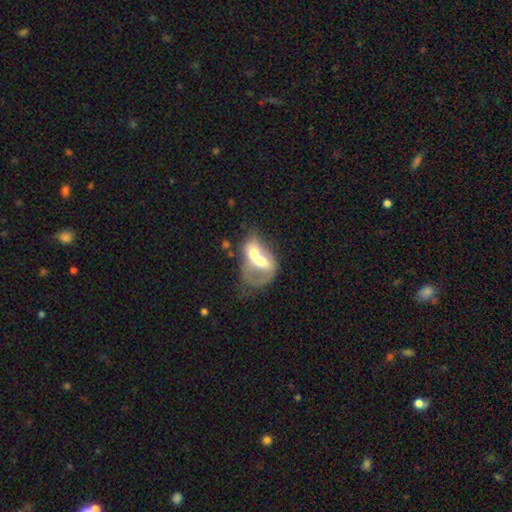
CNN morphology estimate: A smooth galaxy with no disk features (47%).

Vote fractions:
- Smooth or featured? smooth: 47% / featured or disk: 45% / star or artifact: 7%
- Merging? merger: 77% / major disturbance: 10% / none: 8% / minor disturbance: 5%